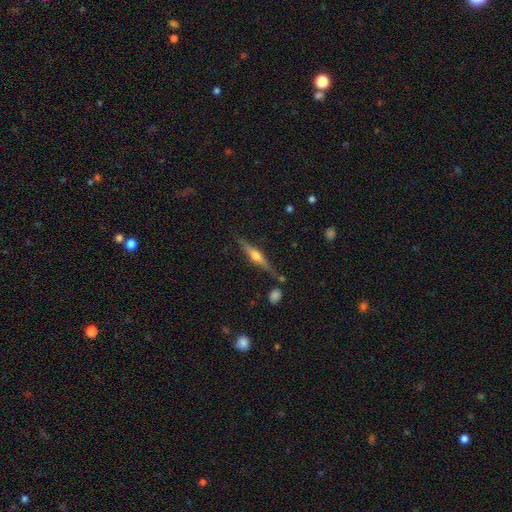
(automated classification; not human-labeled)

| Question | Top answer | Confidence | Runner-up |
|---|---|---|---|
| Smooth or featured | featured or disk | 75% | smooth (19%) |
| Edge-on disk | yes | 97% | no (3%) |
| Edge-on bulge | rounded | 91% | boxy (6%) |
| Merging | none | 82% | minor disturbance (11%) |